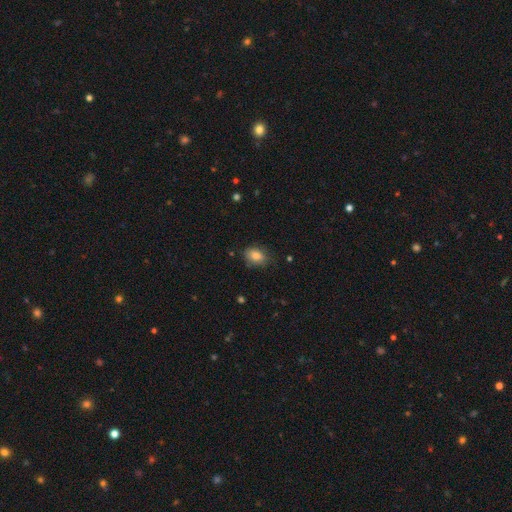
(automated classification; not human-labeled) smooth 83%, star or artifact 9%, featured or disk 9%. Down the decision tree: how rounded — in between (76%); merging — none (73%).